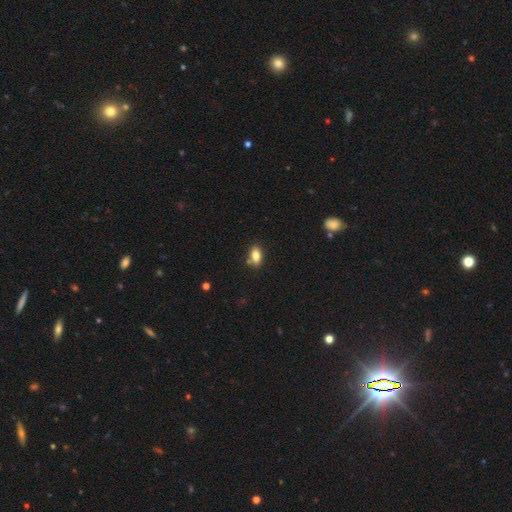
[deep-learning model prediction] smooth_or_featured: smooth (p=0.80) [alt: featured or disk p=0.11]
how_rounded: in between (p=0.86) [alt: round p=0.09]
merging: none (p=0.75) [alt: minor disturbance p=0.14]